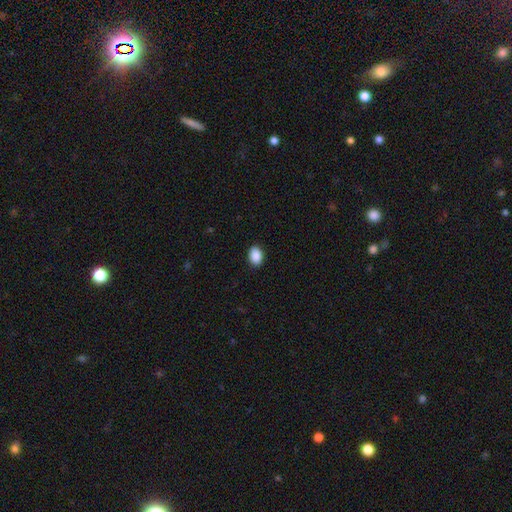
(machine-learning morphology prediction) Q: Smooth or featured?
A: smooth (90%); runner-up: star or artifact (7%)
Q: How rounded?
A: in between (81%); runner-up: round (18%)
Q: Merging?
A: none (89%); runner-up: minor disturbance (8%)